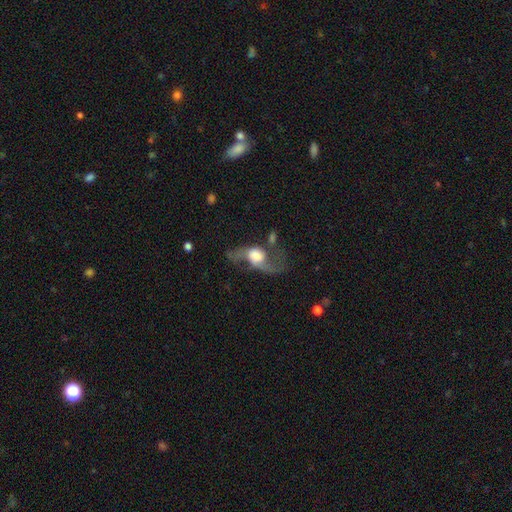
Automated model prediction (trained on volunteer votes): Smooth or featured? featured or disk (56%)
Edge-on disk? no (91%)
Bar? no (71%)
Spiral arms? yes (63%)
Bulge size? large (53%)
Merging? major disturbance (50%)